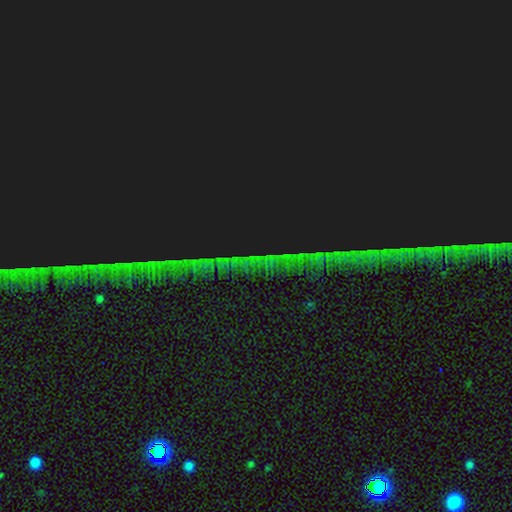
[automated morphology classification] A star or artifact, not a galaxy (86%).